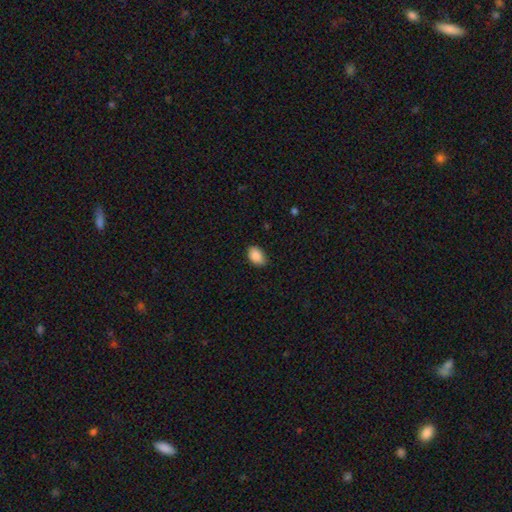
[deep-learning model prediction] A smooth galaxy with no disk features (88%) that is in between round and cigar-shaped (89%). Merging: none (82%).